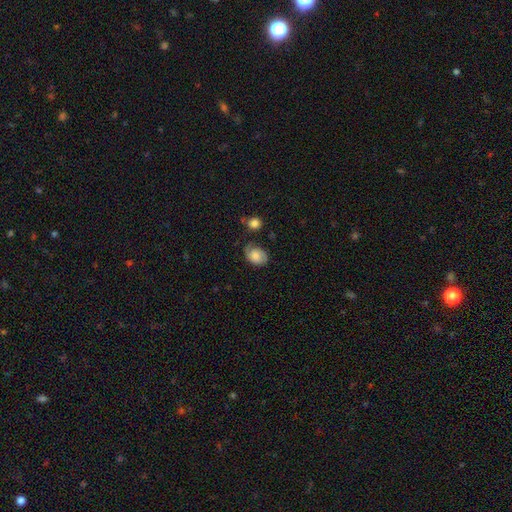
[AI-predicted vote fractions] smooth_or_featured: smooth (p=0.65) [alt: featured or disk p=0.27]
how_rounded: in between (p=0.74) [alt: round p=0.25]
merging: none (p=0.57) [alt: minor disturbance p=0.28]